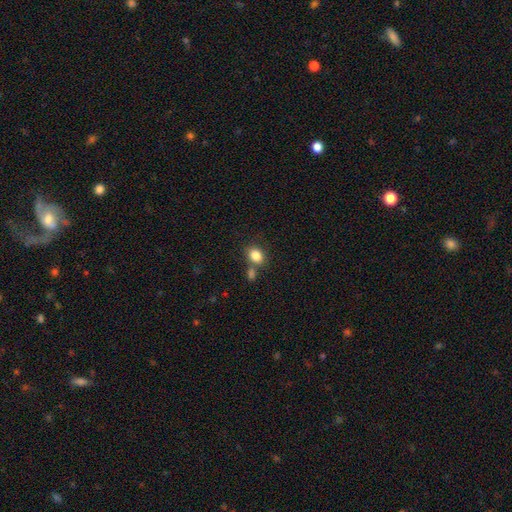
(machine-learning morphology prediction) A smooth galaxy with no disk features (84%) that is in between round and cigar-shaped (56%). Merging: none (61%).